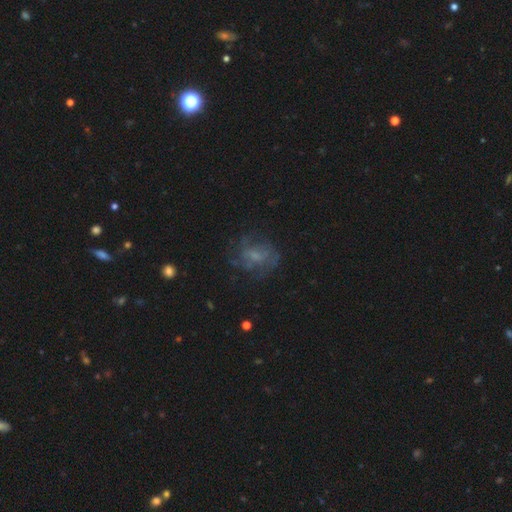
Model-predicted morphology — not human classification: A featured or disk galaxy (56%) with no bar (62%), spiral arms (64%) and a small central bulge (46%).

Vote fractions:
- Smooth or featured? featured or disk: 56% / smooth: 29% / star or artifact: 15%
- Edge-on disk? no: 97% / yes: 3%
- Bar? no: 62% / weak: 33% / strong: 5%
- Spiral arms? yes: 64% / no: 36%
- Bulge size? small: 46% / moderate: 27% / none: 23% / large: 3% / dominant: 1%
- Merging? none: 61% / minor disturbance: 19% / major disturbance: 18% / merger: 2%